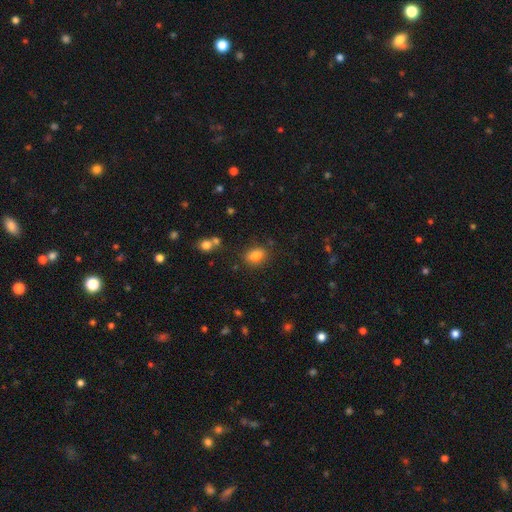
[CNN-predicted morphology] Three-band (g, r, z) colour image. It shows a smooth galaxy with no disk features (83%) that is in between round and cigar-shaped (76%). Merging: none (81%).